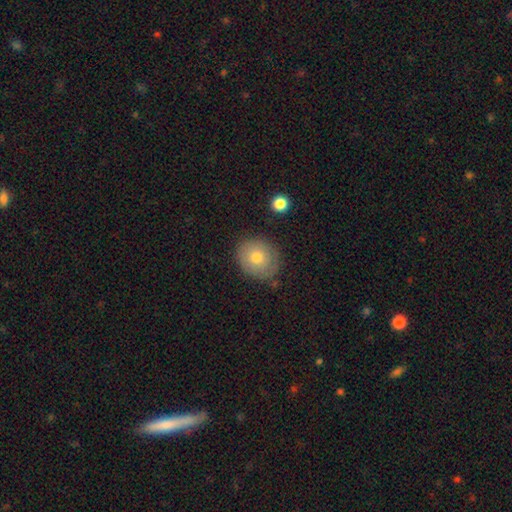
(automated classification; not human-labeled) This appears to be a smooth galaxy with no disk features (70%) that is round (70%). Merging: none (81%).